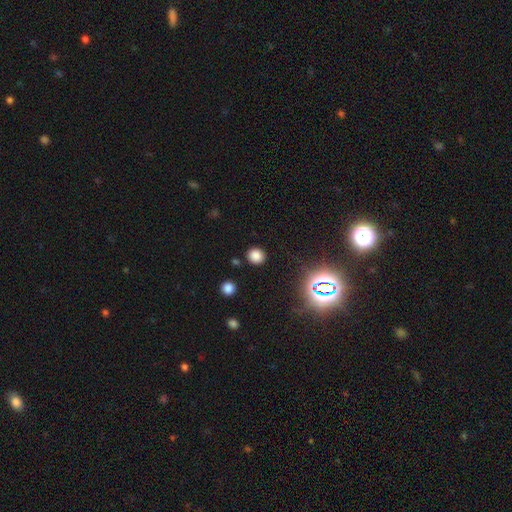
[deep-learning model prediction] smooth-or-featured: smooth: 77% | star or artifact: 18% | featured or disk: 5%
  how-rounded: round: 84% | in between: 15% | cigar-shaped: 1%
  merging: none: 87% | minor disturbance: 7% | major disturbance: 3% | merger: 3%